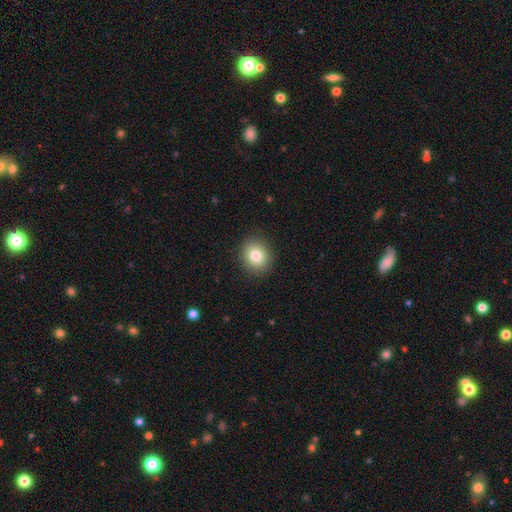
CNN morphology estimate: Smooth or featured? smooth (82%)
How rounded? round (73%)
Merging? none (90%)